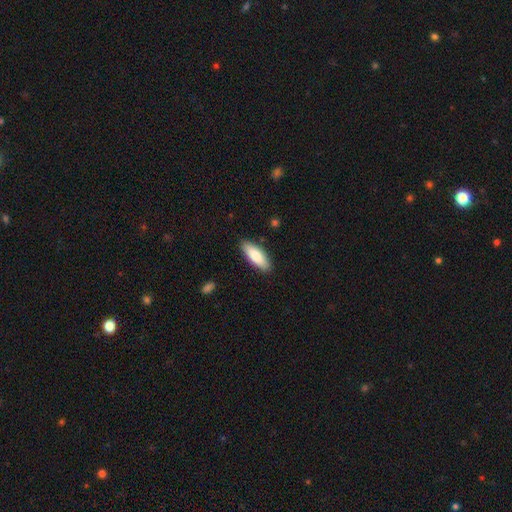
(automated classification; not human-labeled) smooth_or_featured: smooth (p=0.78) [alt: featured or disk p=0.16]
how_rounded: in between (p=0.68) [alt: cigar-shaped p=0.30]
merging: none (p=0.88) [alt: minor disturbance p=0.09]